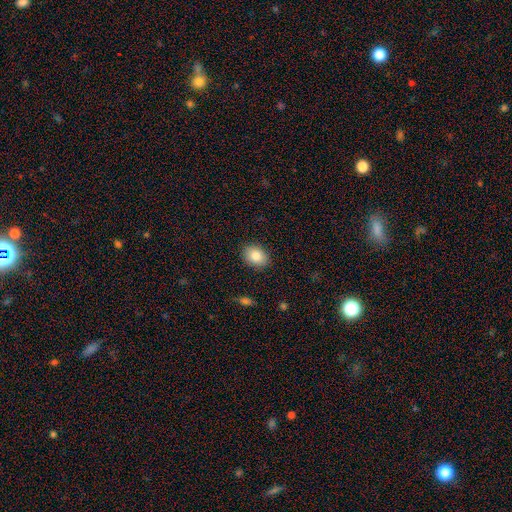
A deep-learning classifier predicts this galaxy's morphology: Smooth or featured?
  - smooth: 84% *
  - featured or disk: 8%
  - star or artifact: 8%
How rounded?
  - in between: 68% *
  - round: 31%
  - cigar-shaped: 1%
Merging?
  - none: 89% *
  - minor disturbance: 8%
  - major disturbance: 2%
  - merger: 1%